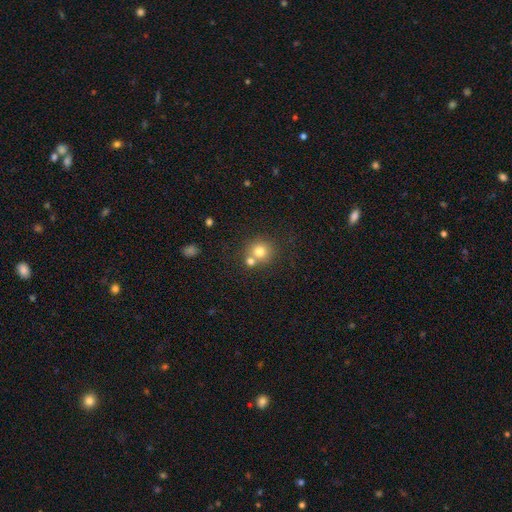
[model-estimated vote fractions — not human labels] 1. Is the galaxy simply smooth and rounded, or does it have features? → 72% smooth, 17% star or artifact, 12% featured or disk.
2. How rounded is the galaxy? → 88% round, 11% in between, 1% cigar-shaped.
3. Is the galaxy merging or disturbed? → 58% none, 31% merger, 8% minor disturbance, 3% major disturbance.